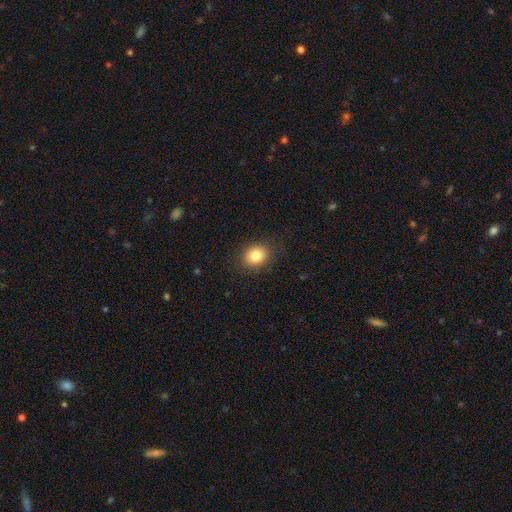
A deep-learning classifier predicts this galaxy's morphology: Smooth or featured? smooth (83%)
How rounded? in between (50%)
Merging? none (87%)